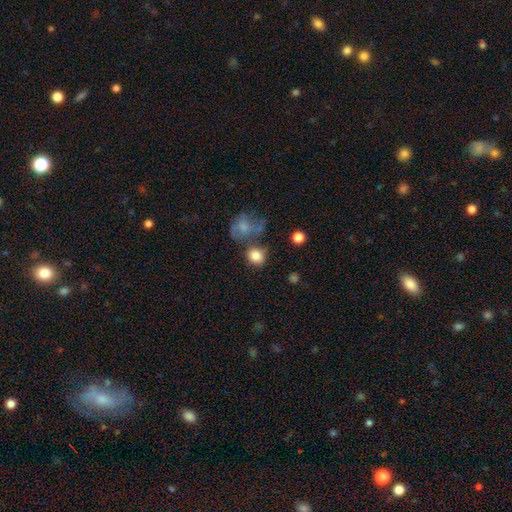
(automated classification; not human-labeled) Overall: smooth (83%). How rounded: round (69%; in between 30%). Merging: none (64%).